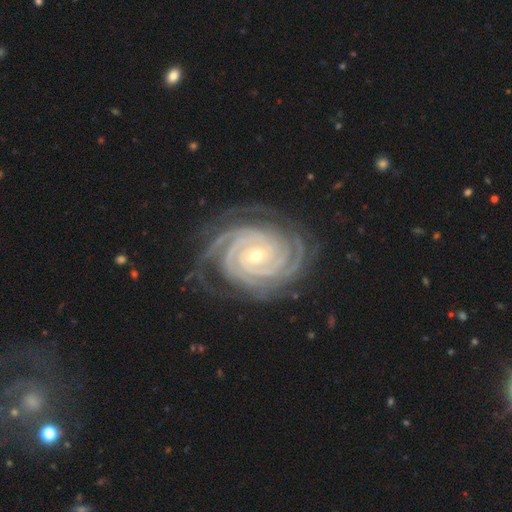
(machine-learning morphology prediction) A featured or disk galaxy (93%) with no bar (50%), 4 (30%) tight (88%) spiral arms (99%) and a small central bulge (66%).

Vote fractions:
- Smooth or featured? featured or disk: 93% / star or artifact: 4% / smooth: 3%
- Edge-on disk? no: 98% / yes: 2%
- Bar? no: 50% / weak: 29% / strong: 21%
- Spiral arms? yes: 99% / no: 1%
- Spiral winding? tight: 88% / medium: 10% / loose: 1%
- Spiral arm count? 4: 30% / 3: 20% / more than 4: 16% / 2: 14% / can't tell: 13% / 1: 8%
- Bulge size? small: 66% / moderate: 31% / large: 1% / none: 1% / dominant: 1%
- Merging? none: 78% / minor disturbance: 16% / major disturbance: 5% / merger: 1%